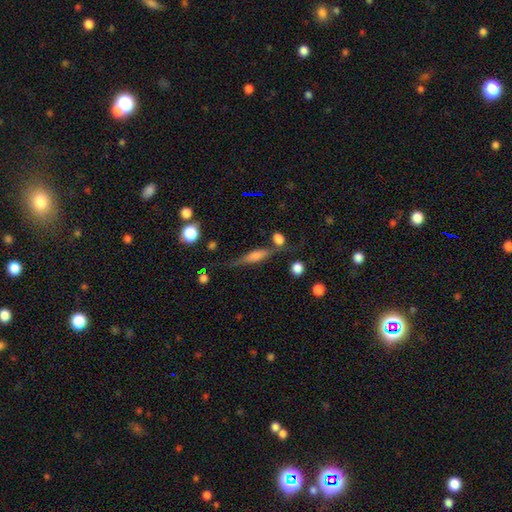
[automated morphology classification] Smooth or featured? featured or disk (51%)
Edge-on disk? yes (90%)
Merging? none (65%)